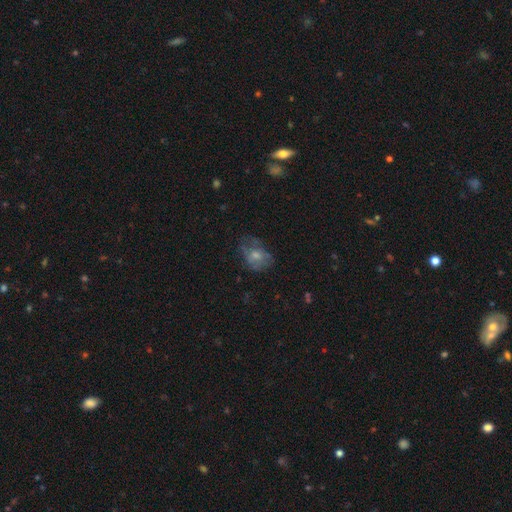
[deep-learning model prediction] A smooth galaxy with no disk features (55%) that is in between round and cigar-shaped (65%).

Vote fractions:
- Smooth or featured? smooth: 55% / featured or disk: 35% / star or artifact: 10%
- How rounded? in between: 65% / round: 33% / cigar-shaped: 1%
- Merging? none: 45% / major disturbance: 27% / minor disturbance: 26% / merger: 2%